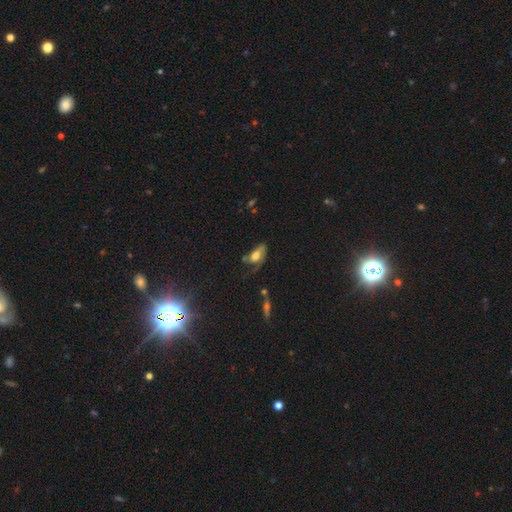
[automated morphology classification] type=smooth (47%); merging=major disturbance (34%).